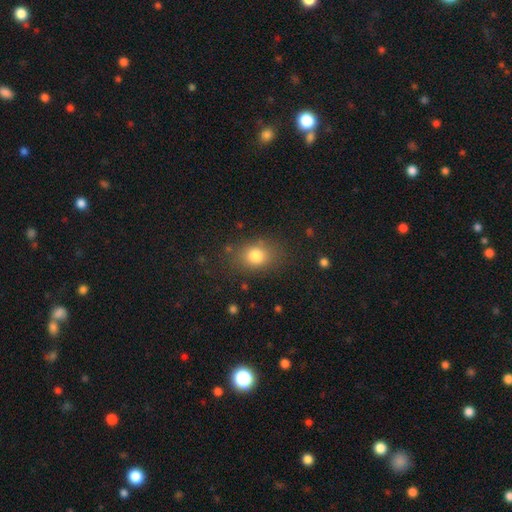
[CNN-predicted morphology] A smooth galaxy with no disk features (80%) that is in between round and cigar-shaped (53%).

Vote fractions:
- Smooth or featured? smooth: 80% / star or artifact: 12% / featured or disk: 8%
- How rounded? in between: 53% / round: 46% / cigar-shaped: 1%
- Merging? none: 79% / minor disturbance: 14% / major disturbance: 6% / merger: 2%